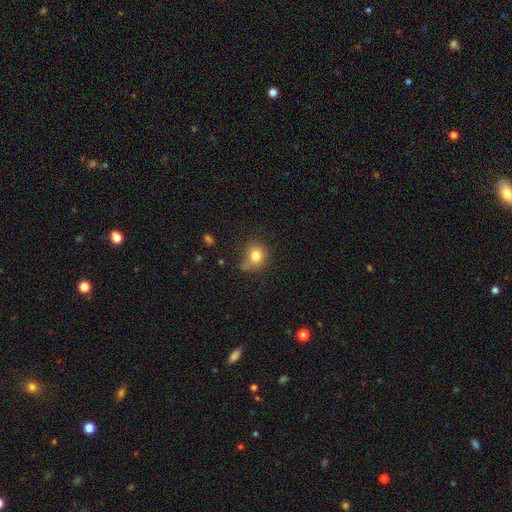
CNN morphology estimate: type=smooth (81%); roundness=round (81%); merging=none (60%).